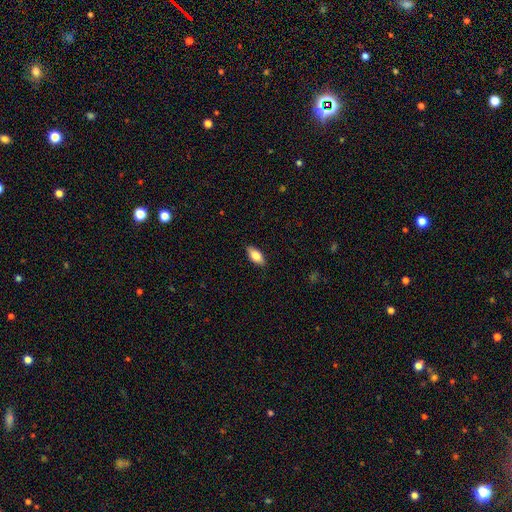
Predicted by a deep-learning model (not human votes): This appears to be a smooth galaxy with no disk features (80%) that is in between round and cigar-shaped (88%). Merging: none (88%).